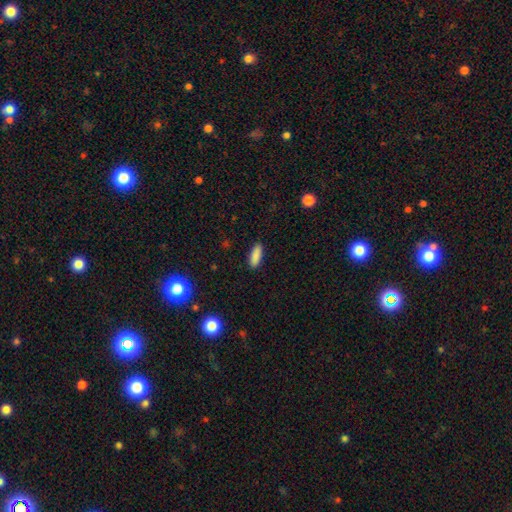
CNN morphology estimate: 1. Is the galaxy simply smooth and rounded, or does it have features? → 88% smooth, 8% star or artifact, 4% featured or disk.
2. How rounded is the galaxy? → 63% in between, 35% cigar-shaped, 2% round.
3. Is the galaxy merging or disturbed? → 90% none, 8% minor disturbance, 2% major disturbance, 1% merger.